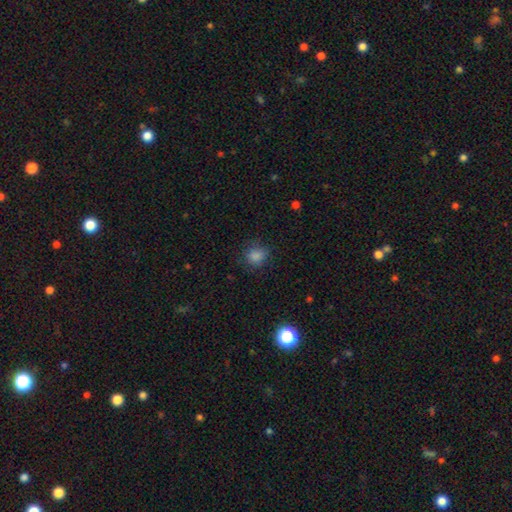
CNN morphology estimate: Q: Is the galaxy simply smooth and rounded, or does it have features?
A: smooth — 81%.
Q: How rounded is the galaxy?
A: round — 74%.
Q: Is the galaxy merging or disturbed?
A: none — 76%.